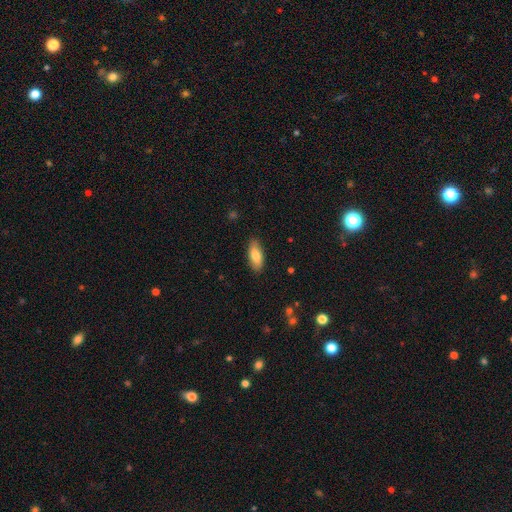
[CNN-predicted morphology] smooth_or_featured: smooth (p=0.79) [alt: featured or disk p=0.14]
how_rounded: in between (p=0.81) [alt: cigar-shaped p=0.17]
merging: none (p=0.86) [alt: minor disturbance p=0.11]